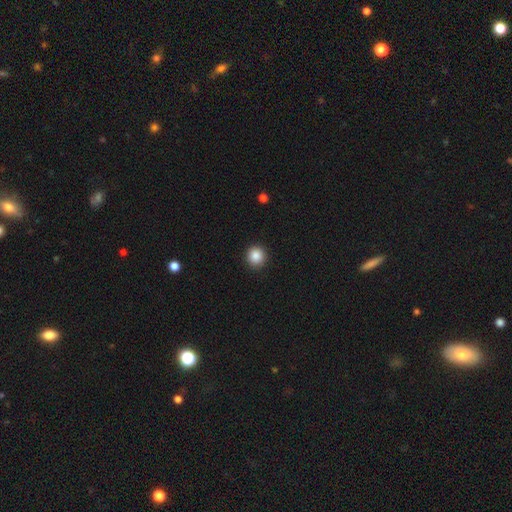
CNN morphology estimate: Smooth or featured: smooth — 87% (star or artifact — 10%)
How rounded: round — 94% (in between — 5%)
Merging: none — 93% (minor disturbance — 5%)